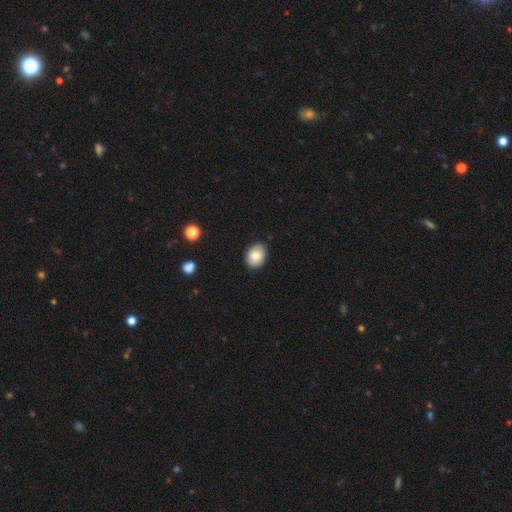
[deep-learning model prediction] Smooth or featured? smooth (81%)
How rounded? in between (60%)
Merging? none (85%)